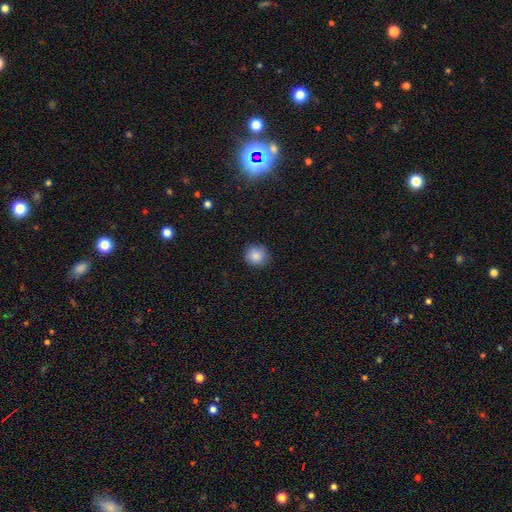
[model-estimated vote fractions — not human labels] Smooth or featured? Predicted: smooth (p=0.86). How rounded? Predicted: round (p=0.91). Merging? Predicted: none (p=0.85).